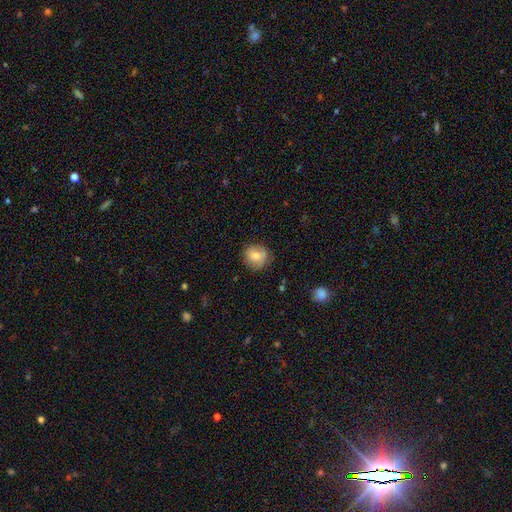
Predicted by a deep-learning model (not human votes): Morphology: type=smooth (69%); roundness=round (88%); merging=none (76%).